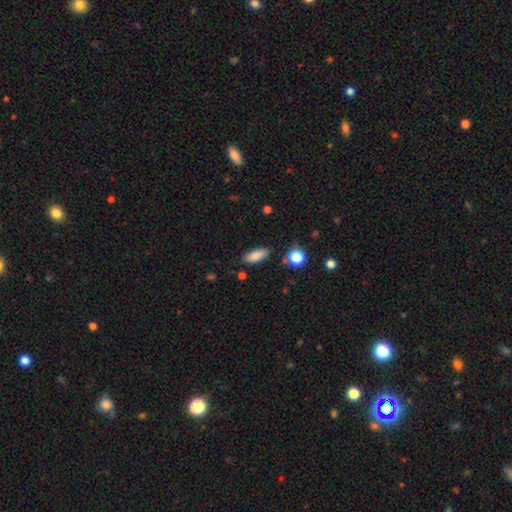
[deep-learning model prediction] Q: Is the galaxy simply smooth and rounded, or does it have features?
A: smooth — 83%.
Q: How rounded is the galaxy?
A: in between — 73%.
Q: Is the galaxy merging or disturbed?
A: none — 82%.